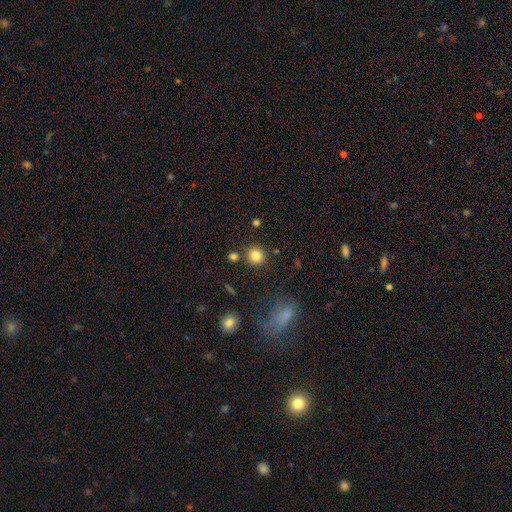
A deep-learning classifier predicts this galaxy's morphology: type=smooth (82%); roundness=round (91%); merging=none (84%).